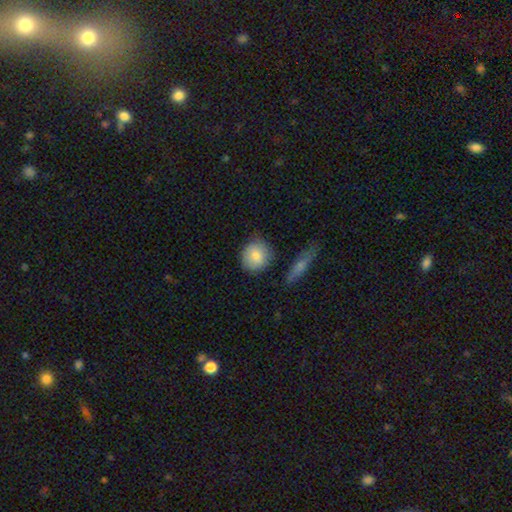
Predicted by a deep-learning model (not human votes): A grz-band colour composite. It shows a smooth galaxy with no disk features (82%) that is round (87%). Merging: none (79%).